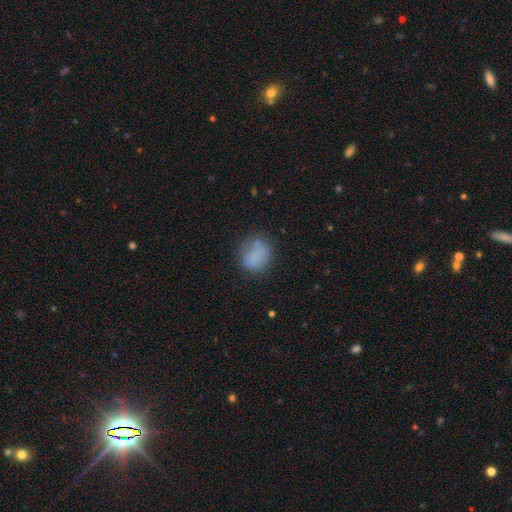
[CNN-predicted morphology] type=smooth (78%); roundness=round (58%); merging=none (64%).